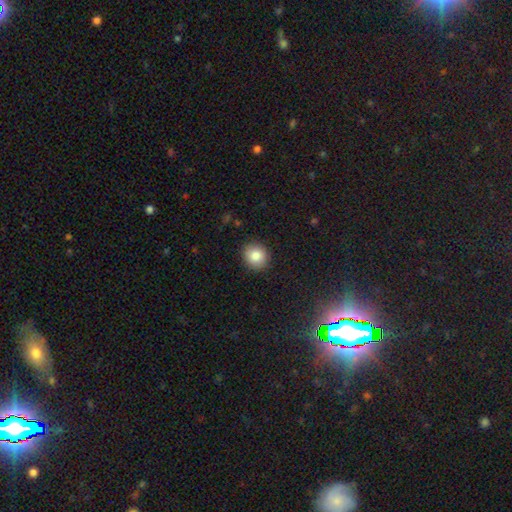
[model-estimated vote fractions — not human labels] Smooth or featured?
  - smooth: 84% *
  - star or artifact: 9%
  - featured or disk: 6%
How rounded?
  - round: 84% *
  - in between: 15%
  - cigar-shaped: 1%
Merging?
  - none: 90% *
  - minor disturbance: 7%
  - major disturbance: 2%
  - merger: 1%